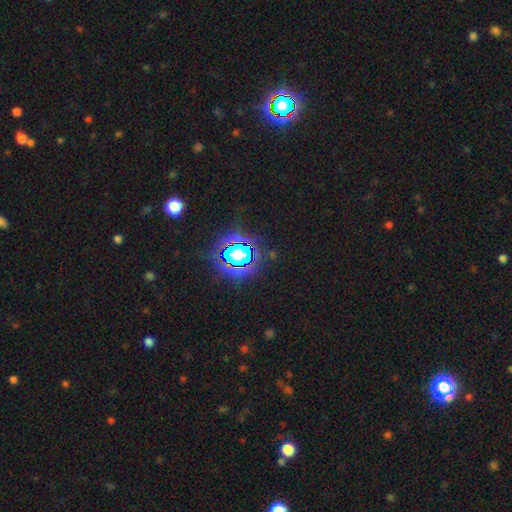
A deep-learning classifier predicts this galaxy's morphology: Q: Smooth or featured?
A: star or artifact (81%); runner-up: smooth (11%)